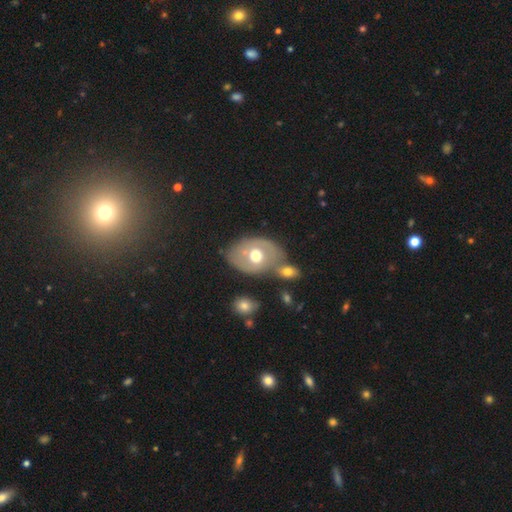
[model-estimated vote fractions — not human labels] A featured or disk galaxy (51%). Merging: none (45%).